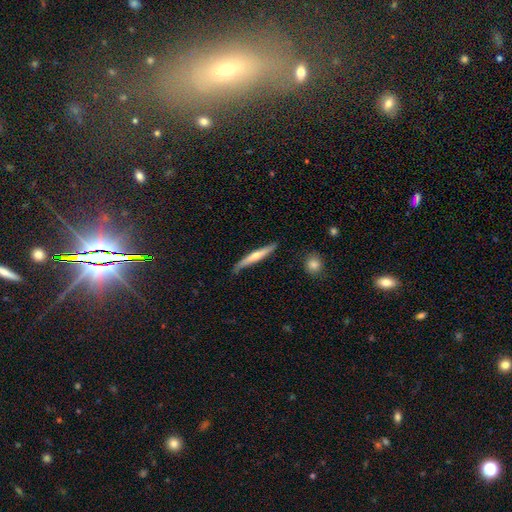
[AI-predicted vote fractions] The model was most divided on "smooth or featured": featured or disk: 51%, smooth: 44%, star or artifact: 5%. More confident: edge-on disk — yes (92%); merging — none (76%).